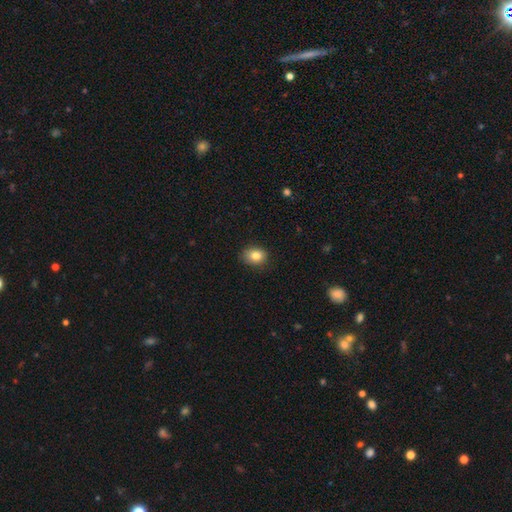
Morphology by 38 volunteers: A smooth galaxy with no disk features (82%) that is in between round and cigar-shaped (77%). Merging: none (91%).